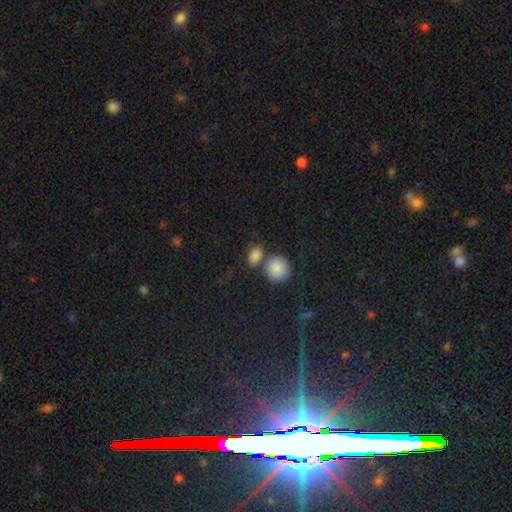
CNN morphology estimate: Smooth or featured? Predicted: smooth (p=0.84). How rounded? Predicted: in between (p=0.58). Merging? Predicted: none (p=0.56).